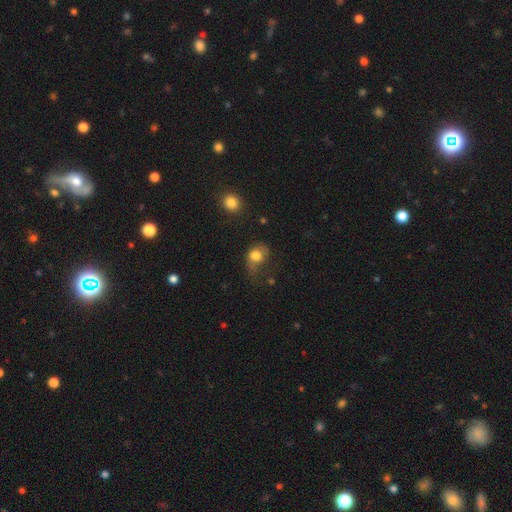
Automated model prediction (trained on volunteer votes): Overall: smooth (73%). How rounded: round (50%; in between 49%). Merging: major disturbance (38%; minor disturbance 30%).